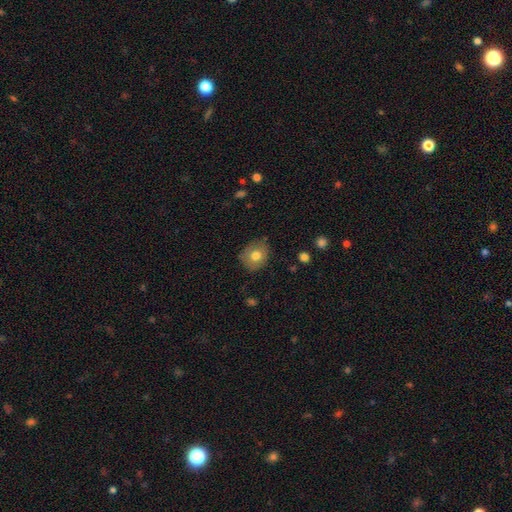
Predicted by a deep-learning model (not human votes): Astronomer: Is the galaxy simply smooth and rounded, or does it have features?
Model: smooth — 76%.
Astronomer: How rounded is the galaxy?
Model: round — 61% (runner-up: in between, 38%).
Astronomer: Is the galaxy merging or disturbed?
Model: none — 79%.